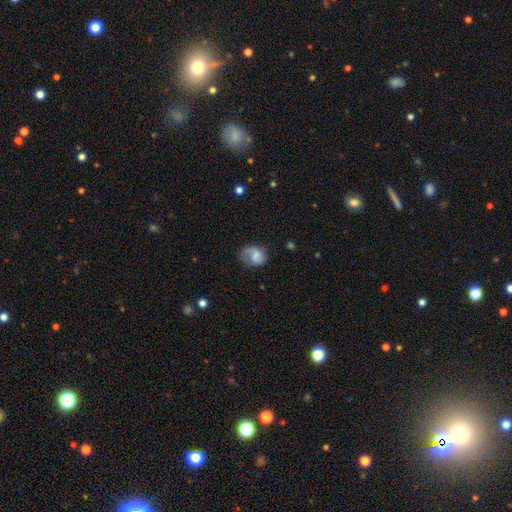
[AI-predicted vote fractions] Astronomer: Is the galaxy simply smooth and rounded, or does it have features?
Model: smooth — 62%.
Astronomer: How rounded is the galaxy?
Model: in between — 55% (runner-up: round, 44%).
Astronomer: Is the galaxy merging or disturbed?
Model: none — 43% (runner-up: minor disturbance, 30%).